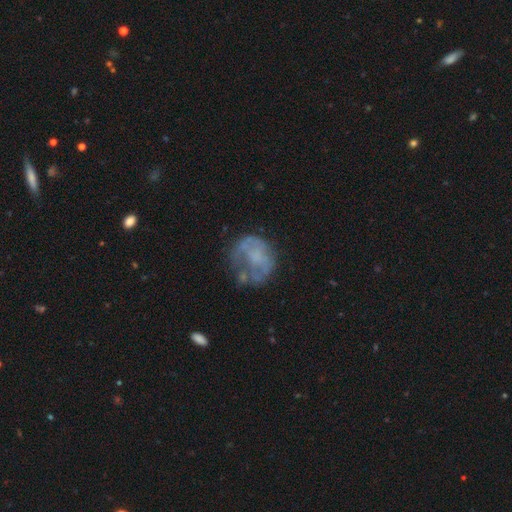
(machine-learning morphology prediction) Smooth or featured? Predicted: featured or disk (p=0.55). Edge-on disk? Predicted: no (p=0.98). Bar? Predicted: no (p=0.85). Spiral arms? Predicted: no (p=0.73). Bulge size? Predicted: none (p=0.59). Merging? Predicted: none (p=0.46).